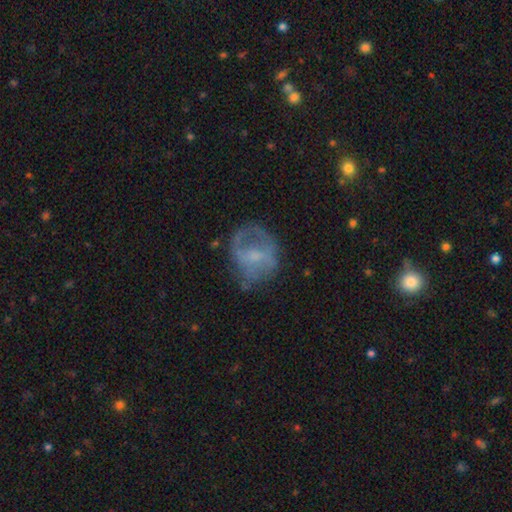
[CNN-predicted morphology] Overall: featured or disk (58%; smooth 32%). Edge-on disk: no (97%). Bar: no (44%; weak 43%). Spiral arms: yes (59%; no 41%). Bulge size: small (50%; moderate 27%). Merging: none (52%; minor disturbance 24%).